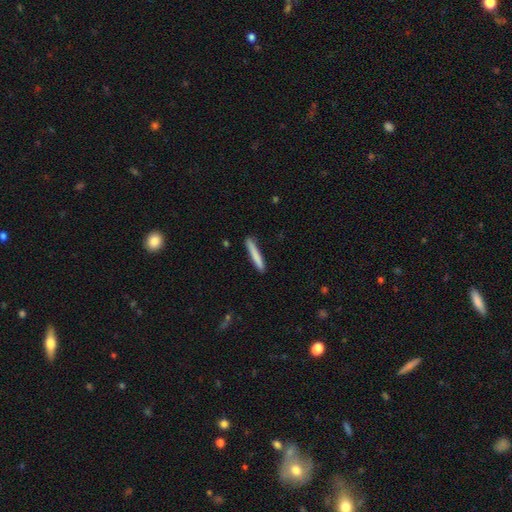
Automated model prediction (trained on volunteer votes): Q: Smooth or featured?
A: smooth (81%); runner-up: featured or disk (13%)
Q: How rounded?
A: cigar-shaped (95%); runner-up: in between (4%)
Q: Merging?
A: none (88%); runner-up: minor disturbance (9%)